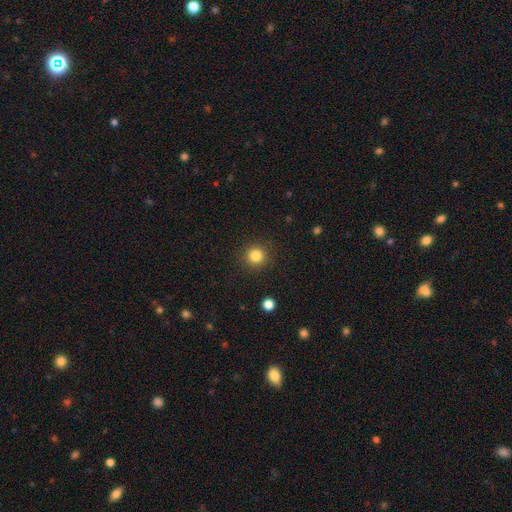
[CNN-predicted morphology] smooth-or-featured: smooth: 83% | star or artifact: 12% | featured or disk: 5%
  how-rounded: round: 94% | in between: 5% | cigar-shaped: 1%
  merging: none: 90% | minor disturbance: 6% | major disturbance: 2% | merger: 1%